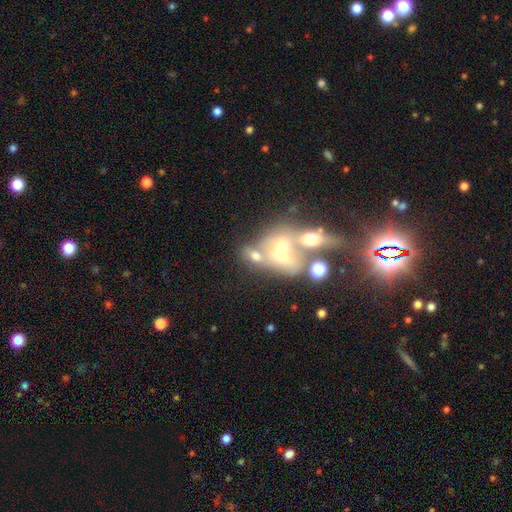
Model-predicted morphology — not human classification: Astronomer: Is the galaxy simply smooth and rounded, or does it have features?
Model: smooth — 53% (runner-up: featured or disk, 30%).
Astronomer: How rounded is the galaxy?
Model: in between — 54% (runner-up: round, 43%).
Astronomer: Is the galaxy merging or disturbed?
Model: merger — 61%.